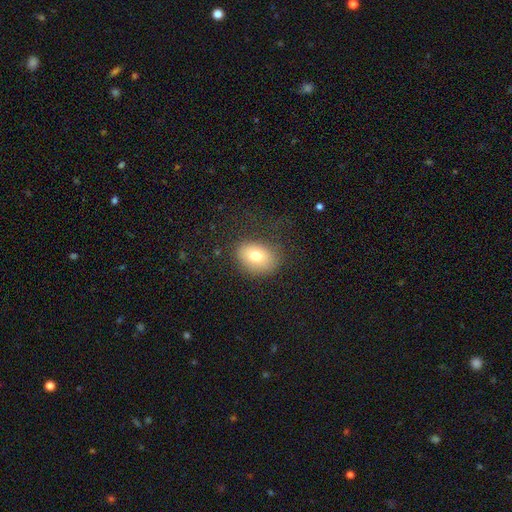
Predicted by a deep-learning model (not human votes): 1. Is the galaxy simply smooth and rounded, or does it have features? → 74% smooth, 15% featured or disk, 11% star or artifact.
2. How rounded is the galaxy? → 64% in between, 35% round, 1% cigar-shaped.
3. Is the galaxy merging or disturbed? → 75% none, 16% minor disturbance, 8% major disturbance, 1% merger.